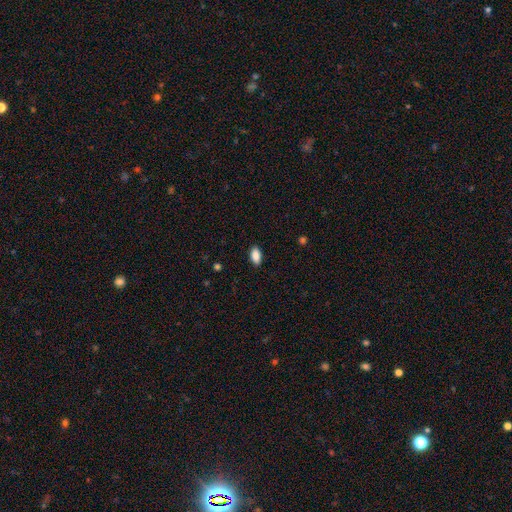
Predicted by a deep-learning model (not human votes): smooth_or_featured: smooth (p=0.89) [alt: star or artifact p=0.07]
how_rounded: in between (p=0.92) [alt: cigar-shaped p=0.04]
merging: none (p=0.89) [alt: minor disturbance p=0.08]